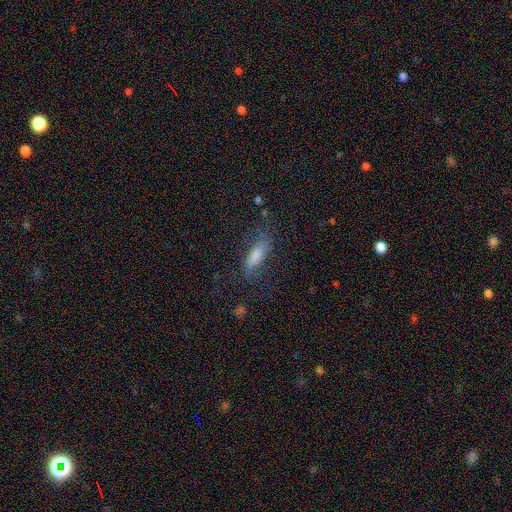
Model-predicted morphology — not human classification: A smooth galaxy with no disk features (62%) that is cigar-shaped (52%). Merging: none (63%).